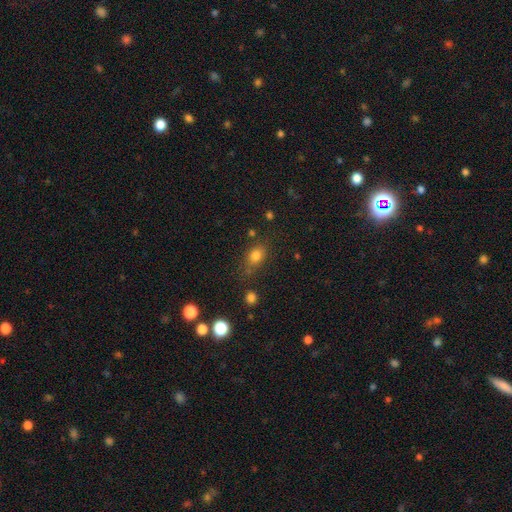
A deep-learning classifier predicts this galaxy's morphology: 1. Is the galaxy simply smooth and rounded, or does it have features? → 78% smooth, 13% star or artifact, 8% featured or disk.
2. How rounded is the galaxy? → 60% in between, 37% round, 3% cigar-shaped.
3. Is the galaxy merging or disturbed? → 66% none, 19% minor disturbance, 8% merger, 7% major disturbance.